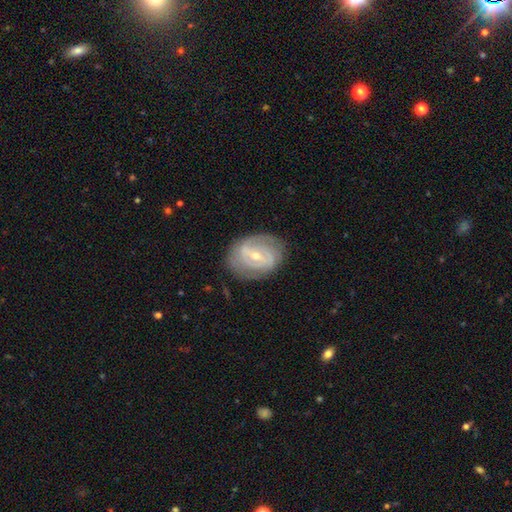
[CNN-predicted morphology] featured or disk 82%, smooth 12%, star or artifact 6%. Down the decision tree: edge-on disk — no (96%); bar — weak (48%); spiral arms — yes (90%); spiral arm count — 2 (53%); spiral winding — tight (54%); bulge size — small (55%); merging — none (76%).